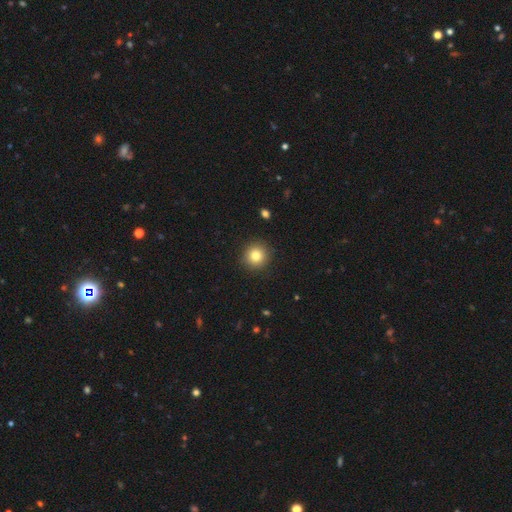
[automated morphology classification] A smooth galaxy with no disk features (82%) that is round (93%). Merging: none (92%).